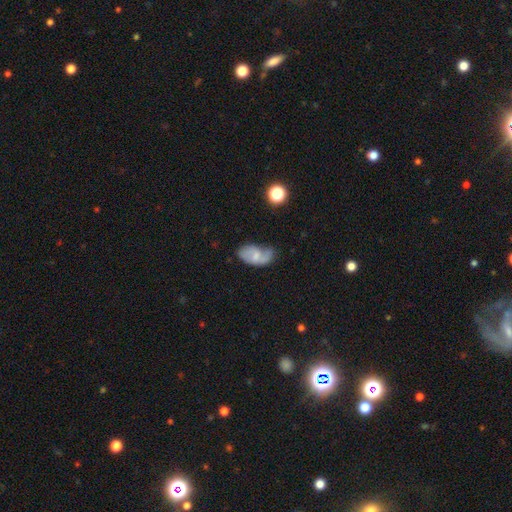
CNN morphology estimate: This is possibly a smooth galaxy (50%). How rounded: clearly in between (92%). Merging: marginally none (38%).